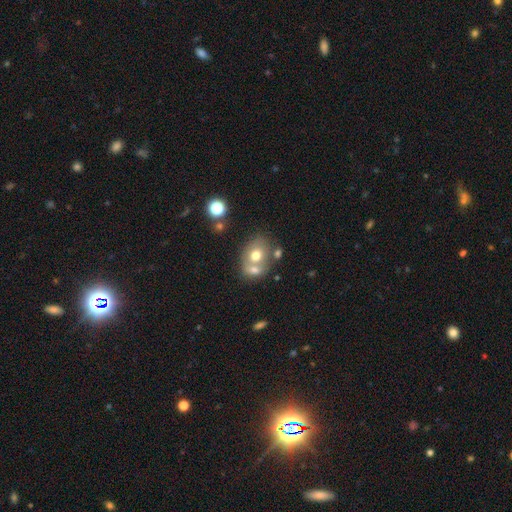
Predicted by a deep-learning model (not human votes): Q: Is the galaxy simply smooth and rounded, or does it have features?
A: smooth — 66%.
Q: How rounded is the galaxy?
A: in between — 50%.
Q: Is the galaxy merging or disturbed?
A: merger — 53%.